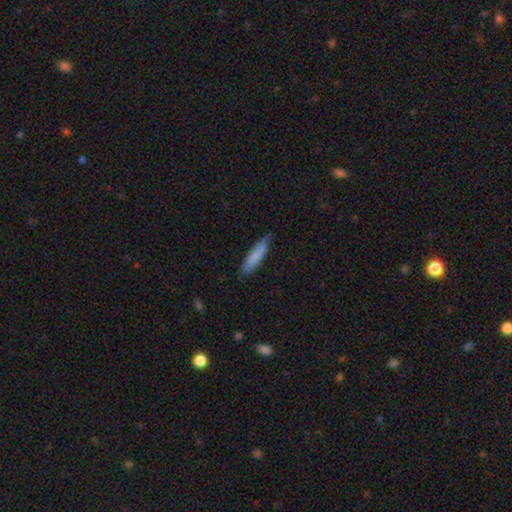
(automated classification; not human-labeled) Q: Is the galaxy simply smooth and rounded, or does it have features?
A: smooth — 78%.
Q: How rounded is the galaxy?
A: cigar-shaped — 80%.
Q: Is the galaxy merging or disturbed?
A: none — 77%.